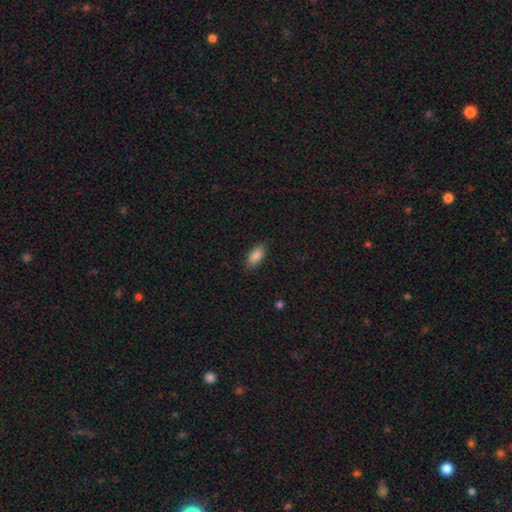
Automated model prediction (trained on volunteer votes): A smooth galaxy with no disk features (87%) that is in between round and cigar-shaped (89%). Merging: none (85%).